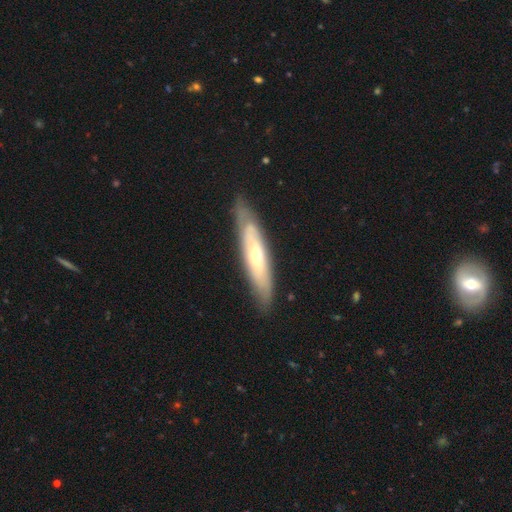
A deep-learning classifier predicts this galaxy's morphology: smooth-or-featured: featured or disk: 59% | smooth: 35% | star or artifact: 6%
  disk-edge-on: yes: 50% (tied) | no: 50% (tied)
  merging: none: 79% | minor disturbance: 16% | major disturbance: 4% | merger: 2%